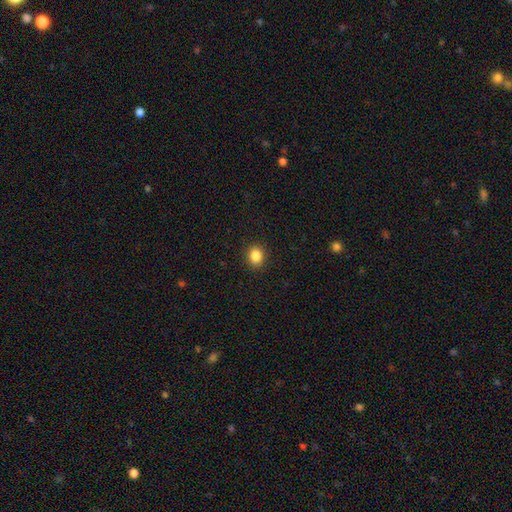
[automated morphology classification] Overall: smooth (86%). How rounded: round (63%; in between 36%). Merging: none (90%).